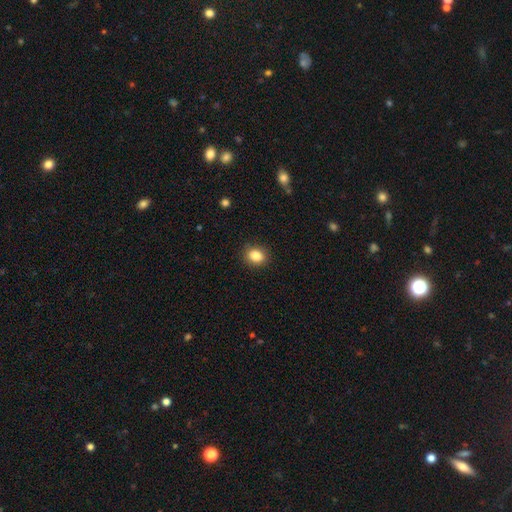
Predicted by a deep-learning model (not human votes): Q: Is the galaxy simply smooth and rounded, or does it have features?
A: smooth — 85%.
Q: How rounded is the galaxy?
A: in between — 51%.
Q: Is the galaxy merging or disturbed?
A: none — 89%.